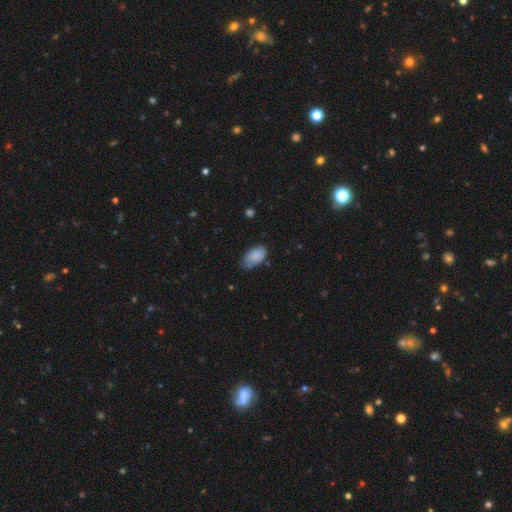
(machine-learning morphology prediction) Smooth or featured: smooth — 86% (star or artifact — 7%)
How rounded: in between — 93% (round — 5%)
Merging: none — 61% (minor disturbance — 31%)